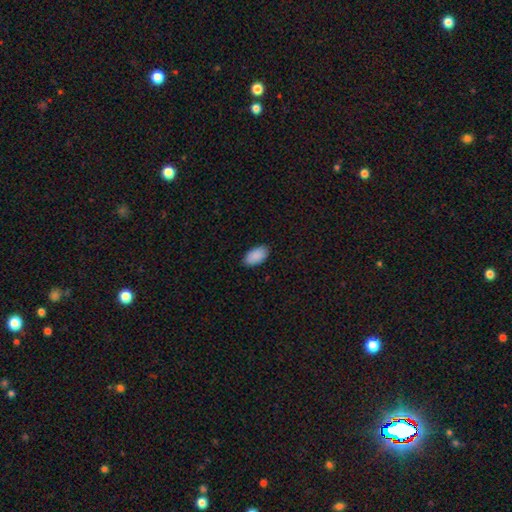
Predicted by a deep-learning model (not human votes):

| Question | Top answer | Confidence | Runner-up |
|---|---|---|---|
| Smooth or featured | smooth | 91% | star or artifact (6%) |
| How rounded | in between | 95% | round (3%) |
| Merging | none | 88% | minor disturbance (10%) |